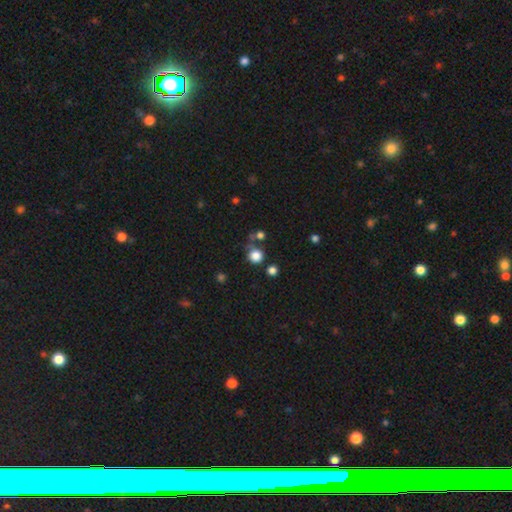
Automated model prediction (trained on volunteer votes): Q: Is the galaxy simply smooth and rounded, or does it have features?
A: smooth — 82%.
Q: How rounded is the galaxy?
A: round — 92%.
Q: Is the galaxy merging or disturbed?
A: none — 71%.